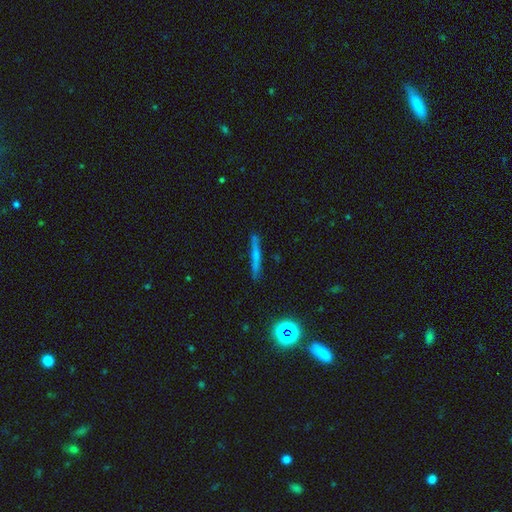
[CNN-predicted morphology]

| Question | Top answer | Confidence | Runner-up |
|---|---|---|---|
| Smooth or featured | smooth | 48% | featured or disk (40%) |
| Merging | none | 86% | minor disturbance (10%) |